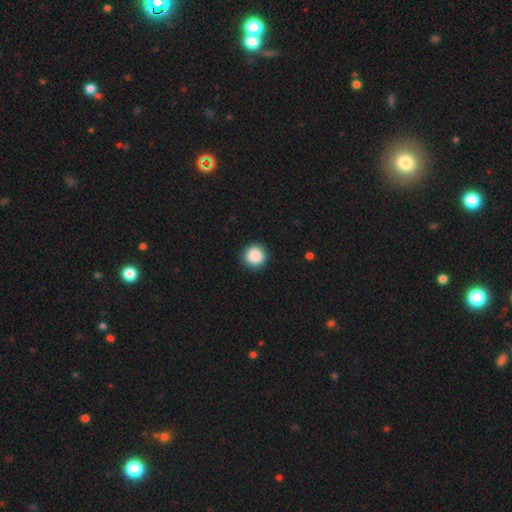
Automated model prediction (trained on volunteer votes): smooth-or-featured: smooth: 88% | star or artifact: 8% | featured or disk: 4%
  how-rounded: round: 94% | in between: 5% | cigar-shaped: 1%
  merging: none: 89% | minor disturbance: 7% | major disturbance: 2% | merger: 1%